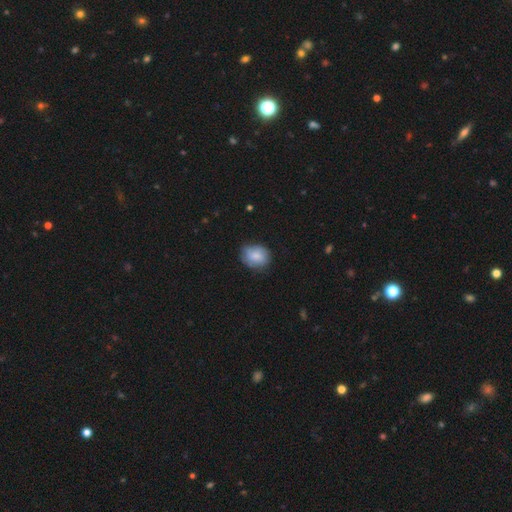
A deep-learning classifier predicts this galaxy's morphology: smooth_or_featured: smooth (p=0.80) [alt: featured or disk p=0.13]
how_rounded: round (p=0.55) [alt: in between p=0.44]
merging: none (p=0.72) [alt: minor disturbance p=0.22]